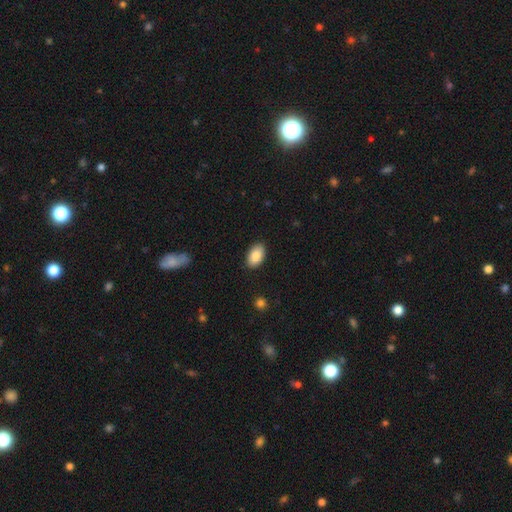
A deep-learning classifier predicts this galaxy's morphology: smooth 87%, star or artifact 7%, featured or disk 7%. Down the decision tree: how rounded — in between (93%); merging — none (87%).